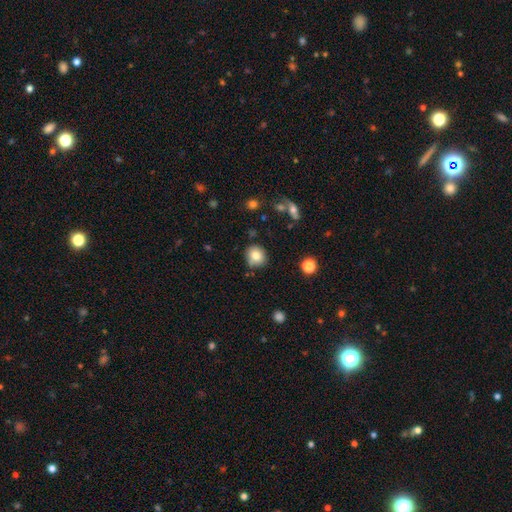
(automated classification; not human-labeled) Overall: smooth (80%). How rounded: round (87%). Merging: none (79%).